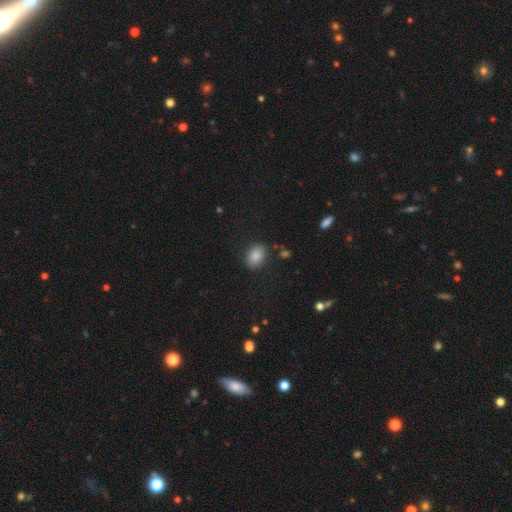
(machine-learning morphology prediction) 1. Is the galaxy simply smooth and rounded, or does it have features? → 85% smooth, 10% star or artifact, 5% featured or disk.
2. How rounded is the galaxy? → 75% in between, 24% round, 1% cigar-shaped.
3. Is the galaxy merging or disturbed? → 84% none, 11% minor disturbance, 3% major disturbance, 2% merger.